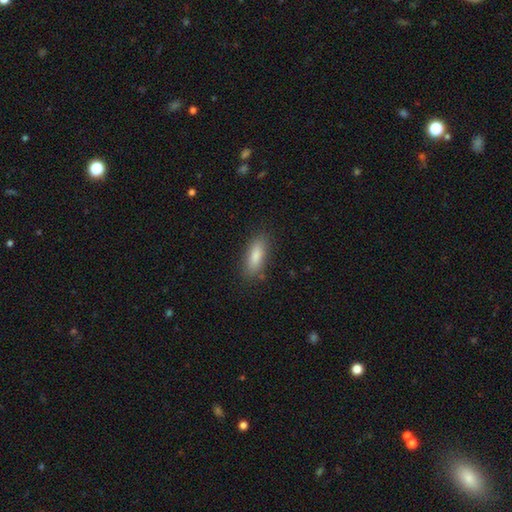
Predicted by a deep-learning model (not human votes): Morphology: type=smooth (82%); roundness=in between (65%); merging=none (84%).